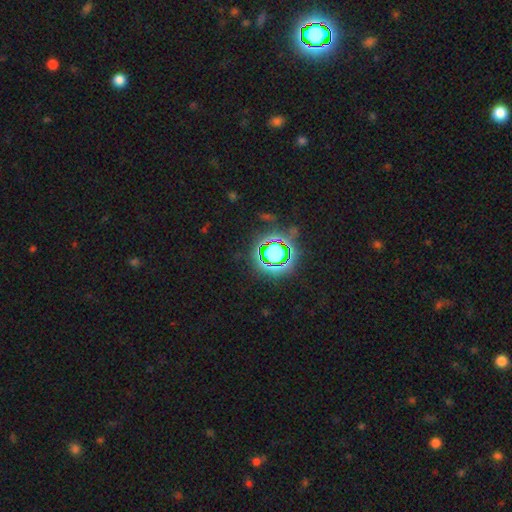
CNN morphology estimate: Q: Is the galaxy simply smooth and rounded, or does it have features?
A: star or artifact — 80%.